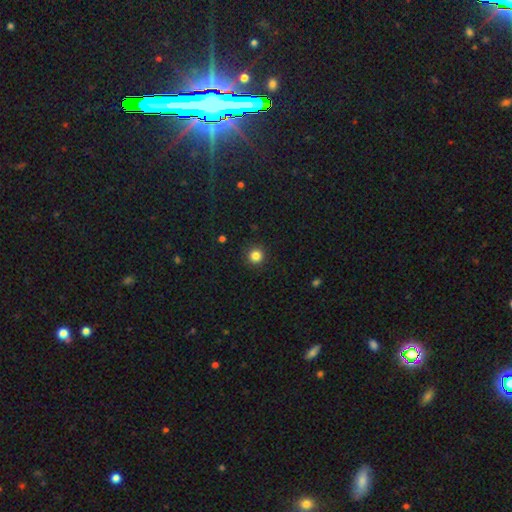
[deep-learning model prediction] Morphology: type=smooth (85%); roundness=round (95%); merging=none (92%).